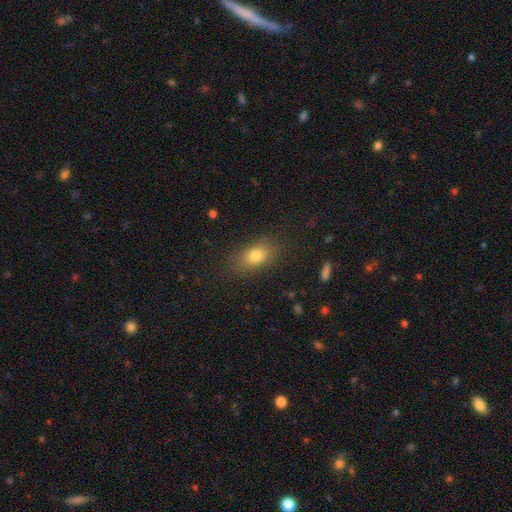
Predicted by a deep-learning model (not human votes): Smooth or featured? Predicted: smooth (p=0.77). How rounded? Predicted: in between (p=0.79). Merging? Predicted: none (p=0.83).